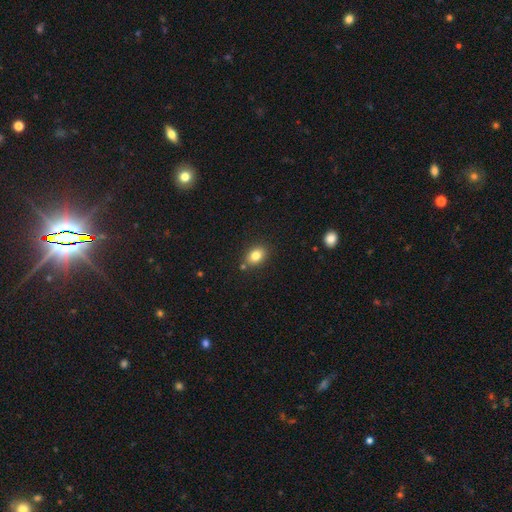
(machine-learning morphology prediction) smooth 82%, star or artifact 10%, featured or disk 8%. Down the decision tree: how rounded — in between (68%); merging — none (80%).